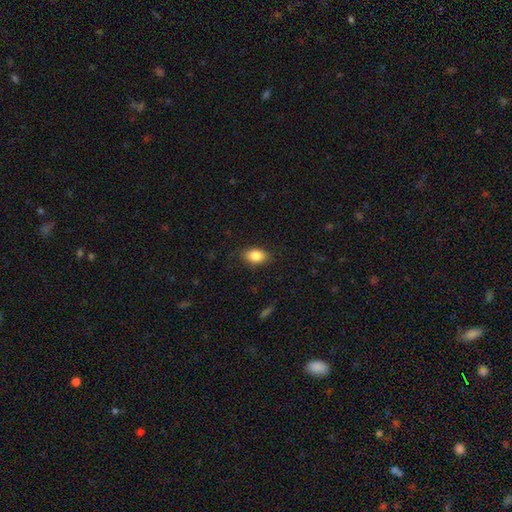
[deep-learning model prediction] Overall: smooth (85%). How rounded: in between (84%). Merging: none (85%).